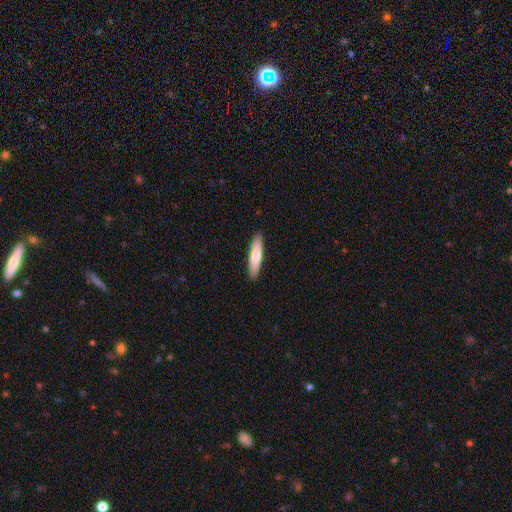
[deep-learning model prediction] smooth_or_featured: smooth (p=0.74) [alt: featured or disk p=0.22]
how_rounded: cigar-shaped (p=0.82) [alt: in between p=0.16]
merging: none (p=0.91) [alt: minor disturbance p=0.07]